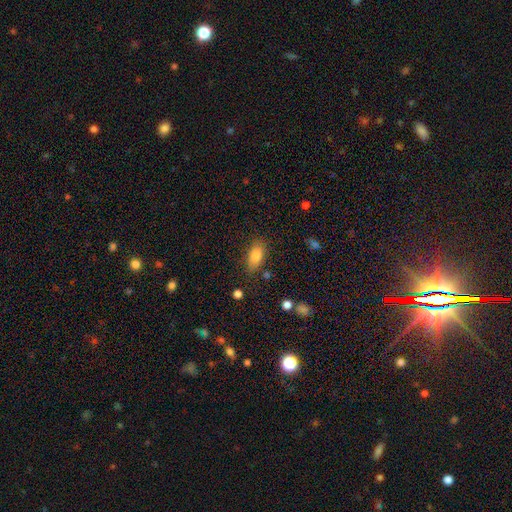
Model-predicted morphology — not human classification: A smooth galaxy with no disk features (83%) that is in between round and cigar-shaped (87%). Merging: none (77%).